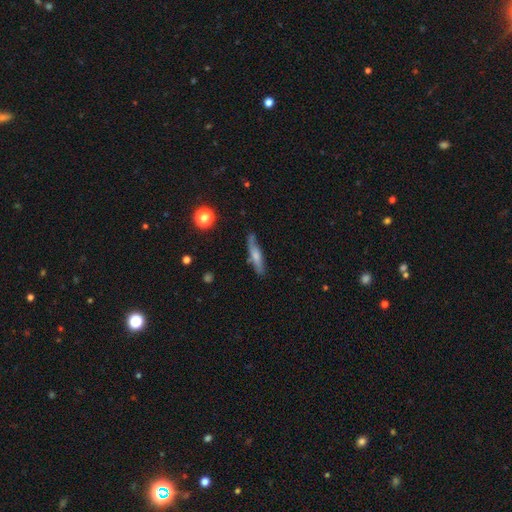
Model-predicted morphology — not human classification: Smooth or featured: smooth — 55% (featured or disk — 38%)
How rounded: cigar-shaped — 79% (in between — 18%)
Merging: none — 69% (minor disturbance — 22%)